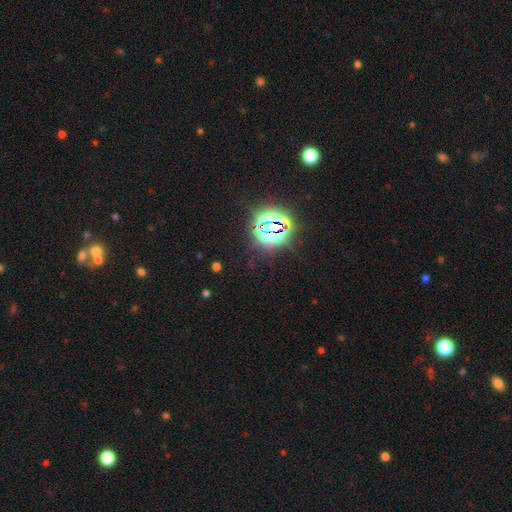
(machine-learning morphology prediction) Smooth or featured: star or artifact — 84% (smooth — 10%)